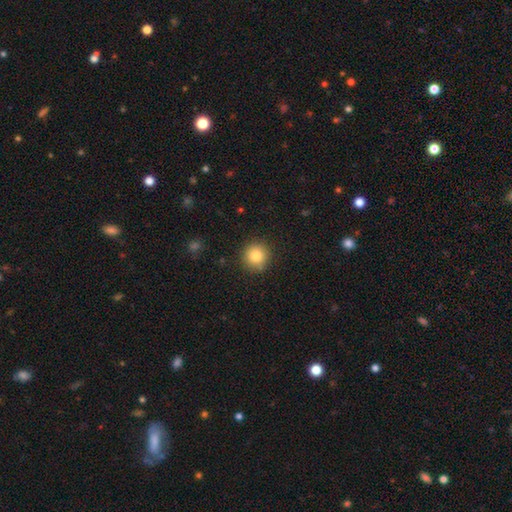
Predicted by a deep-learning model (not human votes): Smooth or featured? smooth (83%)
How rounded? round (93%)
Merging? none (89%)